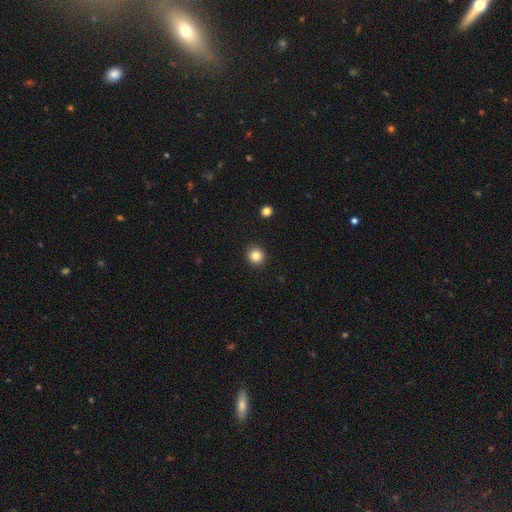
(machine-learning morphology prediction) A smooth galaxy with no disk features (84%) that is round (92%).

Vote fractions:
- Smooth or featured? smooth: 84% / star or artifact: 11% / featured or disk: 5%
- How rounded? round: 92% / in between: 7% / cigar-shaped: 1%
- Merging? none: 92% / minor disturbance: 5% / major disturbance: 2% / merger: 1%